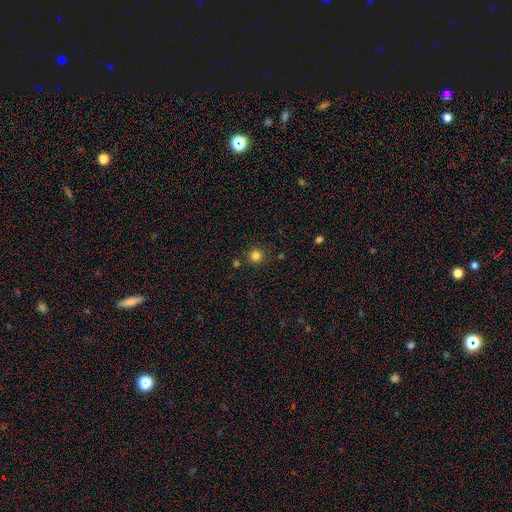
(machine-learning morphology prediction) type=smooth (82%); roundness=round (94%); merging=none (86%).